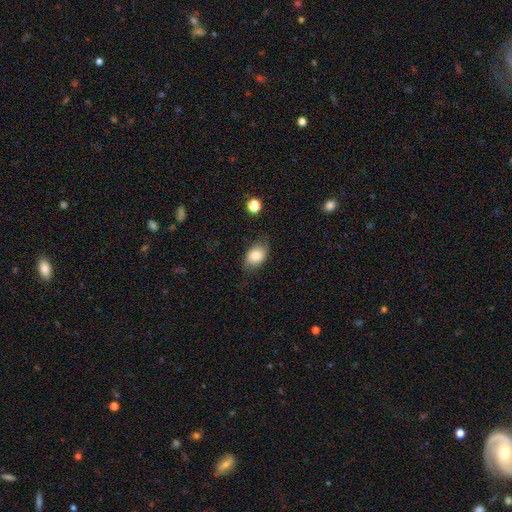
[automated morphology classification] Smooth or featured? smooth (81%)
How rounded? in between (77%)
Merging? none (70%)